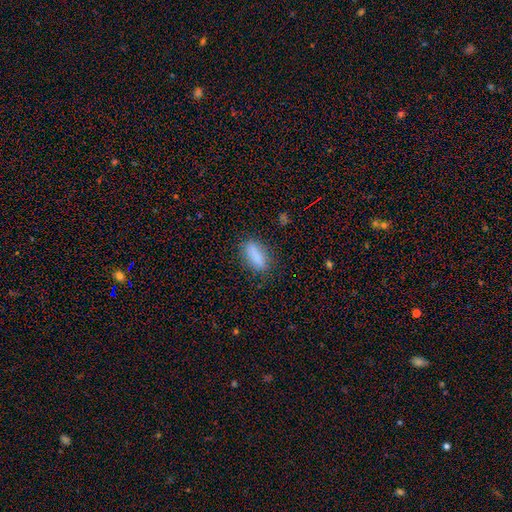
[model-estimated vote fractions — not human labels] Smooth or featured? smooth (81%)
How rounded? in between (70%)
Merging? none (79%)